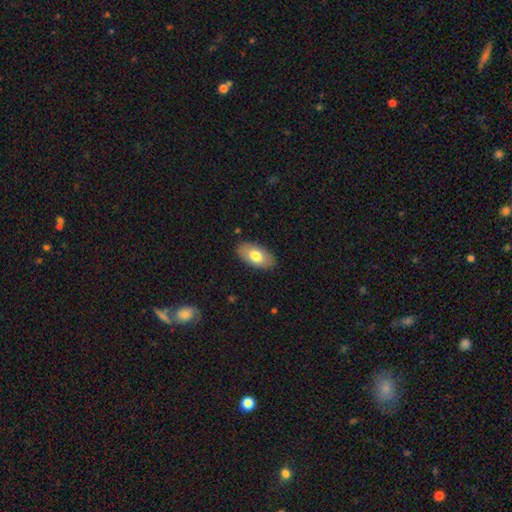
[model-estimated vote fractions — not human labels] A smooth galaxy with no disk features (74%) that is in between round and cigar-shaped (94%). Merging: none (86%).